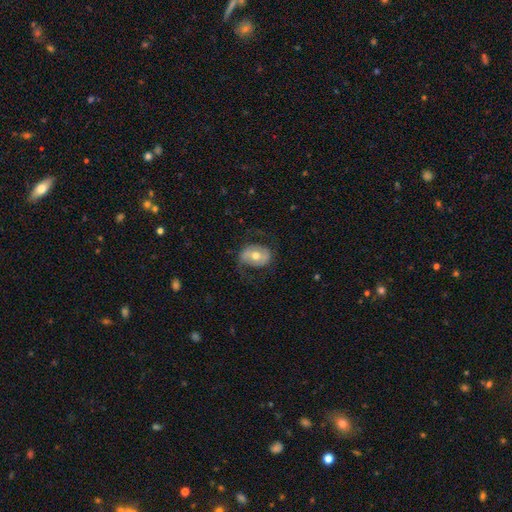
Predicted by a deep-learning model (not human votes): Q: Smooth or featured?
A: featured or disk (60%); runner-up: smooth (33%)
Q: Edge-on disk?
A: no (95%); runner-up: yes (5%)
Q: Bar?
A: no (43%); runner-up: weak (34%)
Q: Spiral arms?
A: yes (72%); runner-up: no (28%)
Q: Bulge size?
A: moderate (72%); runner-up: small (19%)
Q: Merging?
A: none (66%); runner-up: minor disturbance (18%)